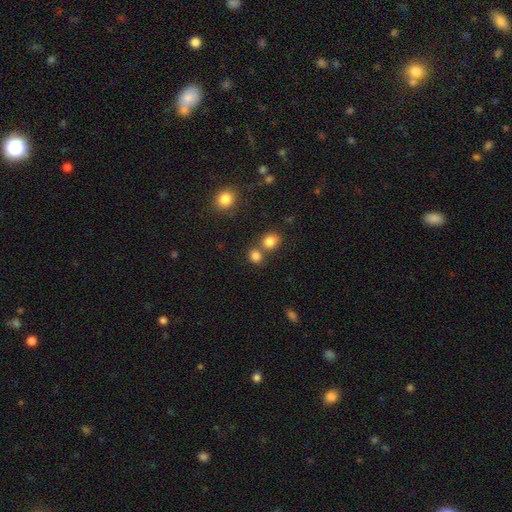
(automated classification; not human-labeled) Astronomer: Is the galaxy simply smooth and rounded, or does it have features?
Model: smooth — 82%.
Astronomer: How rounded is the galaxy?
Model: round — 72%.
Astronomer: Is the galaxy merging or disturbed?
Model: none — 57% (runner-up: merger, 33%).